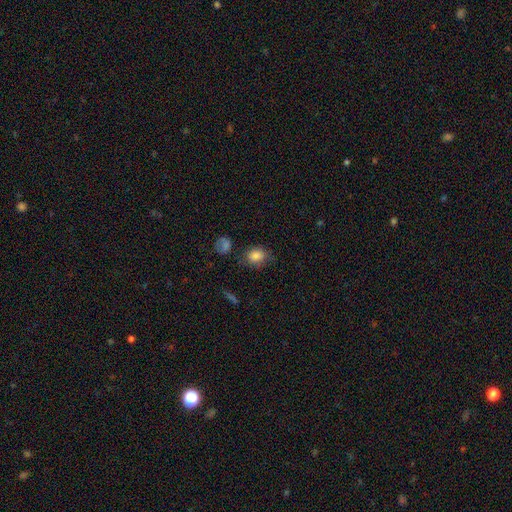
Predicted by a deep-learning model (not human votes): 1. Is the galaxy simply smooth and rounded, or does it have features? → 83% smooth, 10% star or artifact, 7% featured or disk.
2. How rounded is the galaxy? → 55% in between, 44% round, 1% cigar-shaped.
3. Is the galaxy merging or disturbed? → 69% none, 21% minor disturbance, 6% major disturbance, 5% merger.